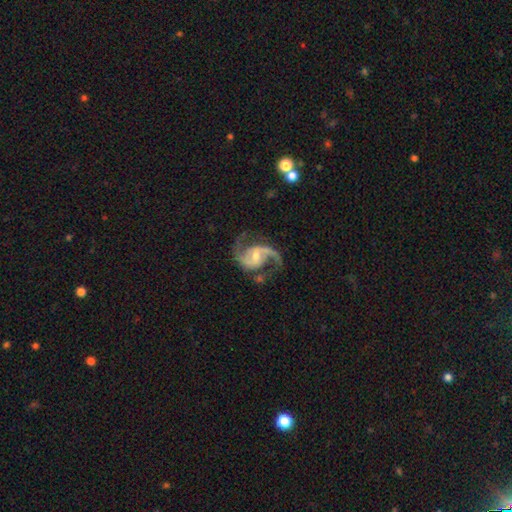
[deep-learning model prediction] Smooth or featured? Predicted: featured or disk (p=0.92). Edge-on disk? Predicted: no (p=0.98). Bar? Predicted: weak (p=0.46). Spiral arms? Predicted: yes (p=0.98). Spiral winding? Predicted: medium (p=0.49). Spiral arm count? Predicted: 2 (p=0.92). Bulge size? Predicted: small (p=0.47). Merging? Predicted: none (p=0.71).